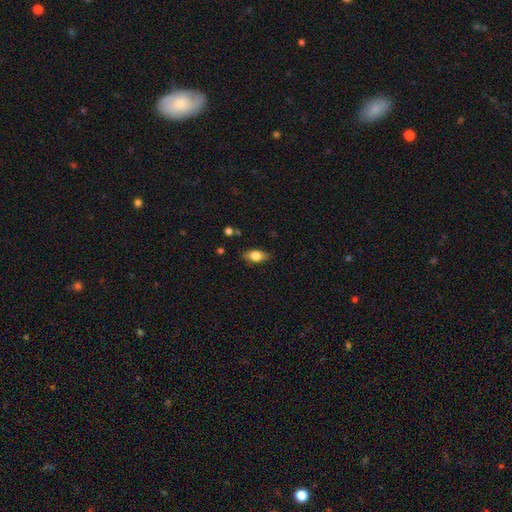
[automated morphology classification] This appears to be a smooth galaxy with no disk features (76%) that is in between round and cigar-shaped (86%). Merging: none (84%).